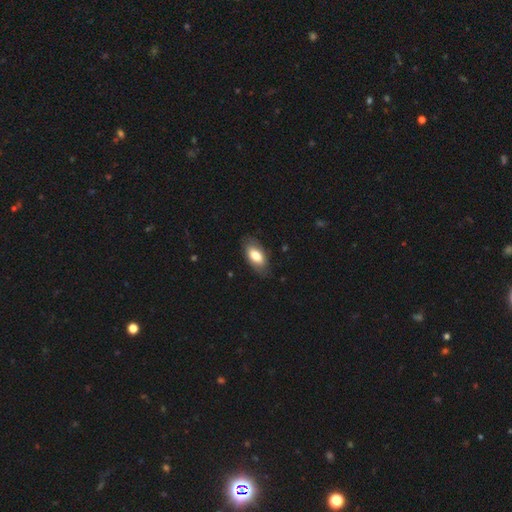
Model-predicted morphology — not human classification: smooth_or_featured: smooth (p=0.77) [alt: featured or disk p=0.17]
how_rounded: in between (p=0.91) [alt: cigar-shaped p=0.06]
merging: none (p=0.81) [alt: minor disturbance p=0.14]